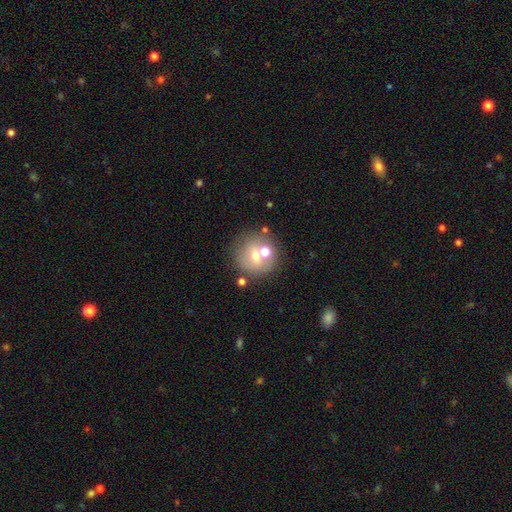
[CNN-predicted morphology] Q: Smooth or featured?
A: smooth (59%); runner-up: featured or disk (27%)
Q: How rounded?
A: round (91%); runner-up: in between (8%)
Q: Merging?
A: none (62%); runner-up: merger (24%)